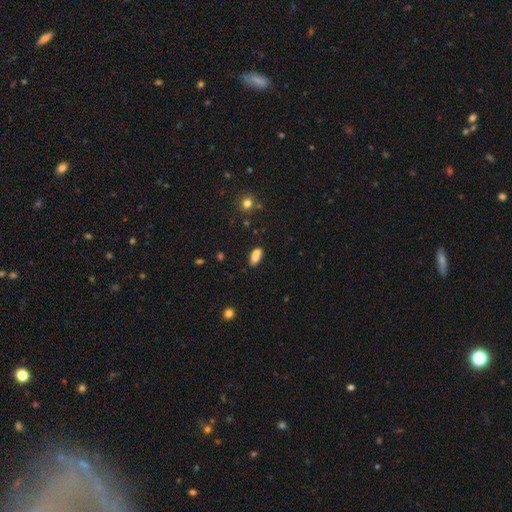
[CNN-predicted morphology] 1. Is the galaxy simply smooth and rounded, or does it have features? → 72% smooth, 17% featured or disk, 10% star or artifact.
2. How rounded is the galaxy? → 79% in between, 16% round, 5% cigar-shaped.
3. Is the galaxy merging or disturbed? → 50% merger, 35% none, 11% minor disturbance, 5% major disturbance.